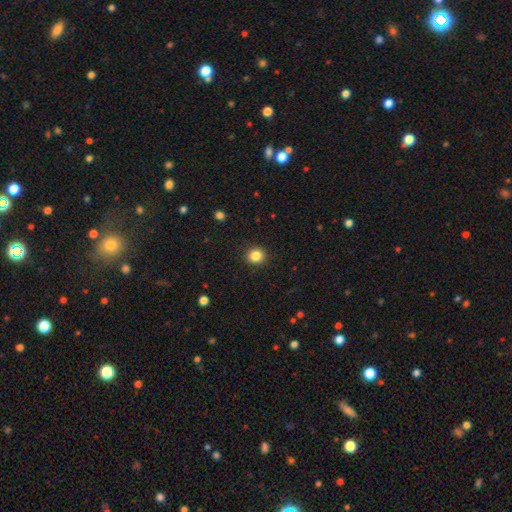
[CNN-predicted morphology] smooth 85%, star or artifact 11%, featured or disk 4%. Down the decision tree: how rounded — round (91%); merging — none (92%).